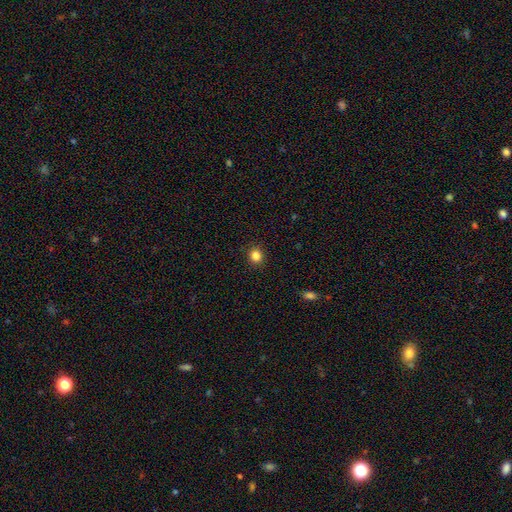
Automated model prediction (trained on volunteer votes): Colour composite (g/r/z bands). It shows a smooth galaxy with no disk features (85%) that is round (87%). Merging: none (92%).